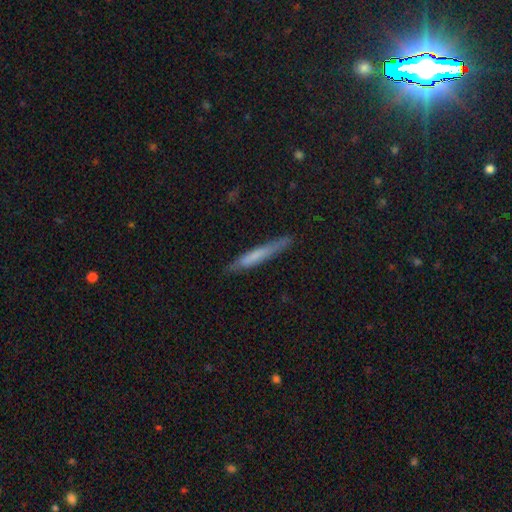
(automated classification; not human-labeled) A smooth galaxy with no disk features (62%) that is cigar-shaped (95%).

Vote fractions:
- Smooth or featured? smooth: 62% / featured or disk: 31% / star or artifact: 7%
- How rounded? cigar-shaped: 95% / in between: 3% / round: 1%
- Merging? none: 82% / minor disturbance: 13% / major disturbance: 3% / merger: 2%